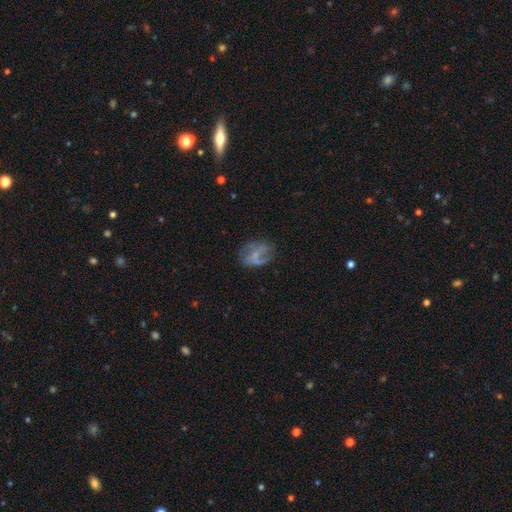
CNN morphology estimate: A featured or disk galaxy (56%) with no bar (55%), spiral arms (61%) and no central bulge (55%). Merging: none (52%).